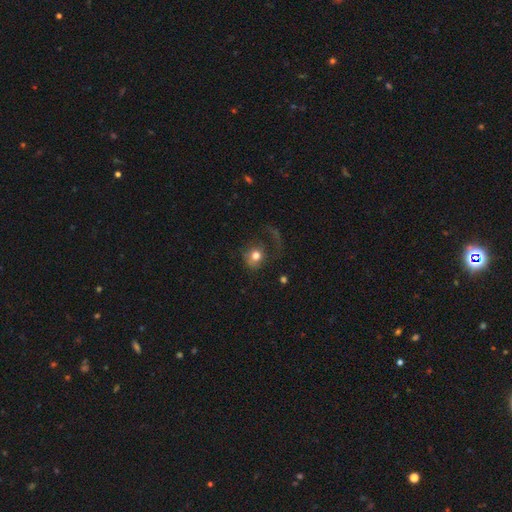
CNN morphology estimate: This is likely a smooth galaxy (70%). How rounded: likely round (75%). Merging: marginally major disturbance (43%).